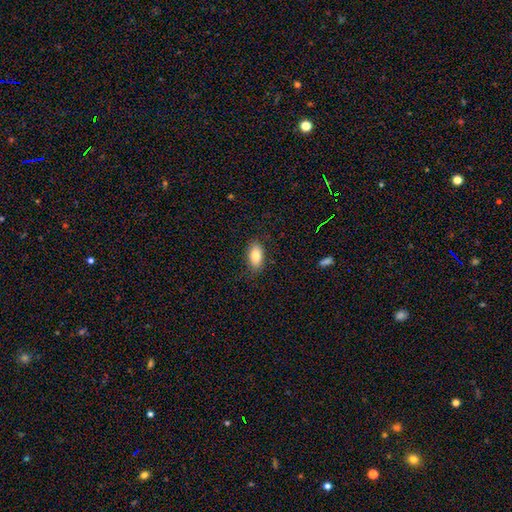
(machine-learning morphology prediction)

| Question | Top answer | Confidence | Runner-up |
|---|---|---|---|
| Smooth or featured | smooth | 81% | featured or disk (12%) |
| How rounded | in between | 91% | cigar-shaped (5%) |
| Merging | none | 84% | minor disturbance (12%) |